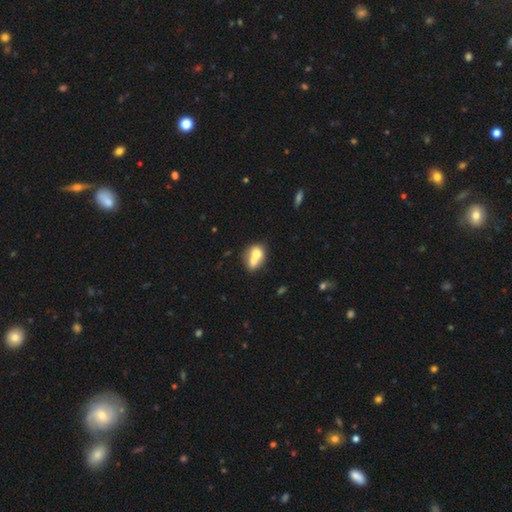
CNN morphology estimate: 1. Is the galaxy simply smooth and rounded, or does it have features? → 66% smooth, 25% featured or disk, 9% star or artifact.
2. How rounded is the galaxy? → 54% in between, 44% round, 2% cigar-shaped.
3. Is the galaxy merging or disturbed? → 67% merger, 22% none, 7% minor disturbance, 4% major disturbance.